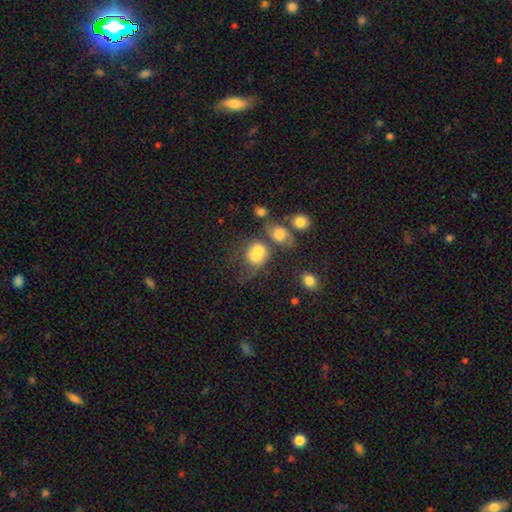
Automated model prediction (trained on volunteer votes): Morphology: type=smooth (67%); roundness=round (60%); merging=merger (58%).